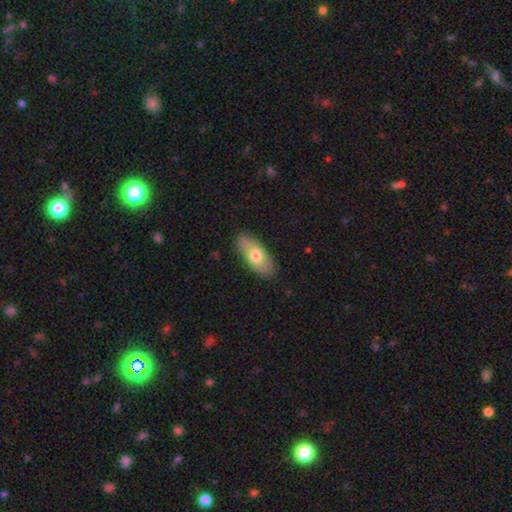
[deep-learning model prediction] Smooth or featured? Predicted: smooth (p=0.67). How rounded? Predicted: in between (p=0.85). Merging? Predicted: none (p=0.85).